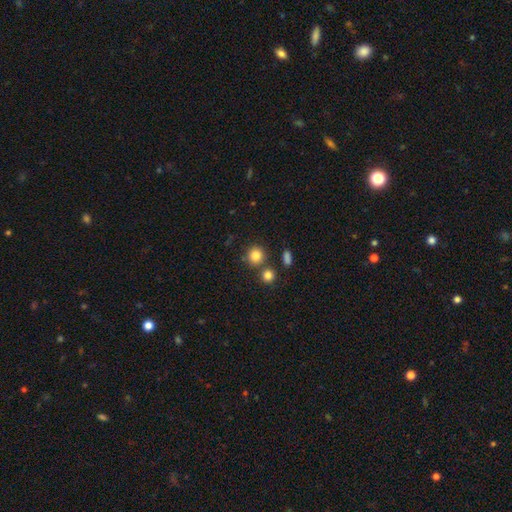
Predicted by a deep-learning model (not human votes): Overall: smooth (83%). How rounded: round (89%). Merging: none (76%).